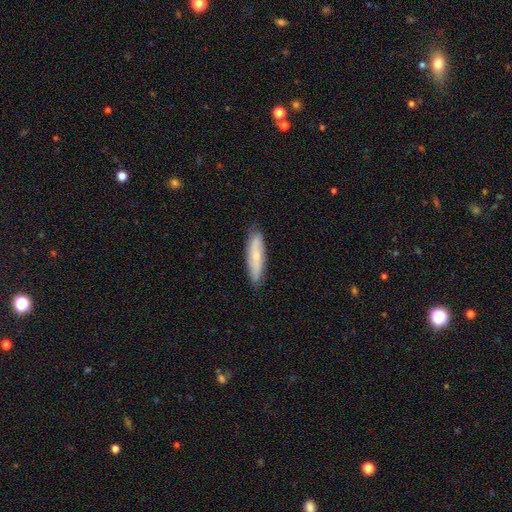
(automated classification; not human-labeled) Morphology: type=smooth (62%); roundness=cigar-shaped (72%); merging=none (83%).